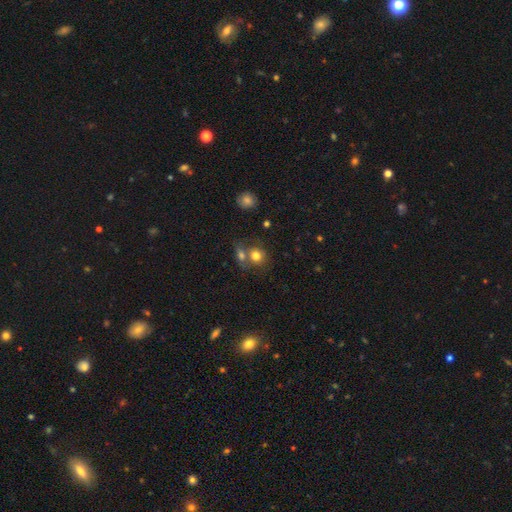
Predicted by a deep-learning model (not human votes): Q: Smooth or featured?
A: smooth (77%); runner-up: star or artifact (12%)
Q: How rounded?
A: round (77%); runner-up: in between (21%)
Q: Merging?
A: none (43%); tied with: merger (43%)